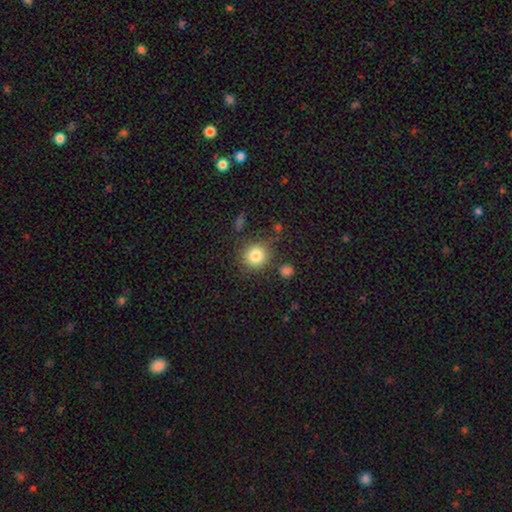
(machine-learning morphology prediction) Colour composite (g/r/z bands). It shows a smooth galaxy with no disk features (83%) that is round (90%). Merging: none (79%).